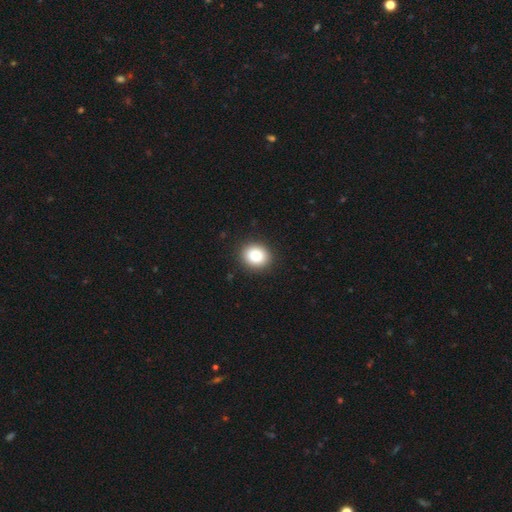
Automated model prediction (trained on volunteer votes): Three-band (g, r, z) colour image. It shows a smooth galaxy with no disk features (86%) that is round (70%). Merging: none (91%).